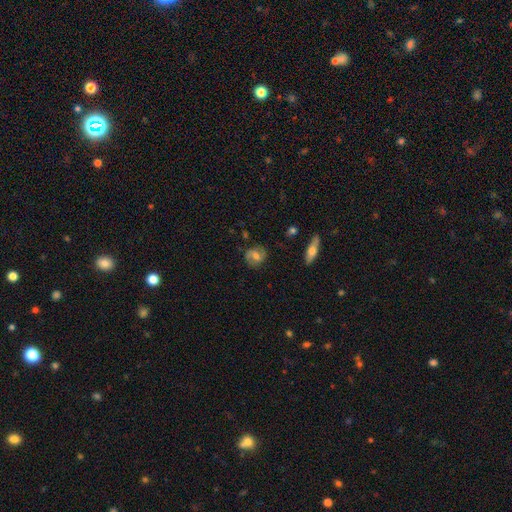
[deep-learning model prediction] The model was most divided on "smooth or featured": featured or disk: 53%, smooth: 39%, star or artifact: 8%. More confident: edge-on disk — no (94%); merging — none (79%).